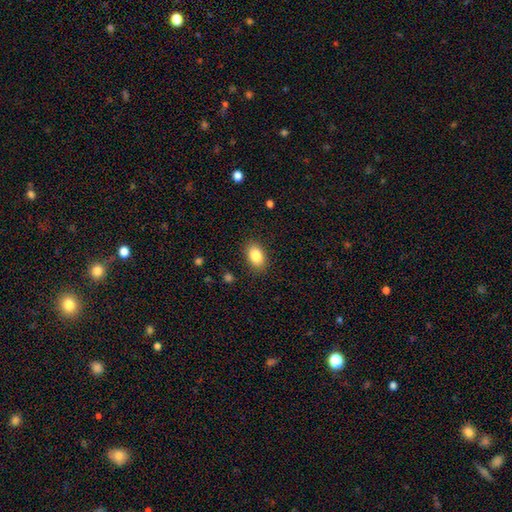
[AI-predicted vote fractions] A smooth galaxy with no disk features (86%) that is in between round and cigar-shaped (88%). Merging: none (87%).